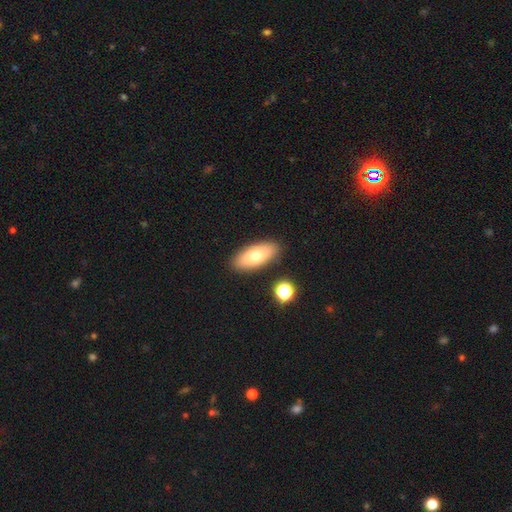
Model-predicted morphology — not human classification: Q: Smooth or featured?
A: smooth (72%); runner-up: featured or disk (20%)
Q: How rounded?
A: in between (84%); runner-up: cigar-shaped (13%)
Q: Merging?
A: none (87%); runner-up: minor disturbance (8%)